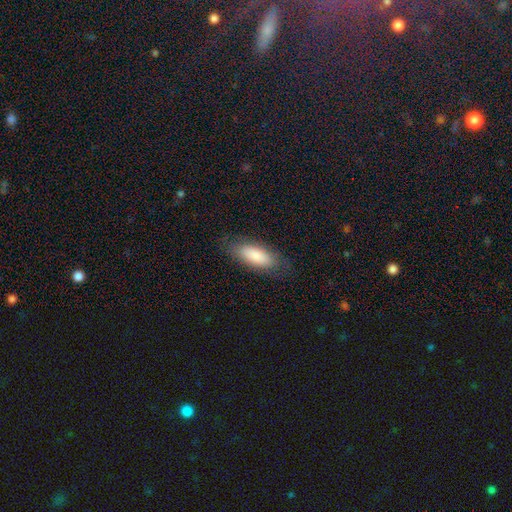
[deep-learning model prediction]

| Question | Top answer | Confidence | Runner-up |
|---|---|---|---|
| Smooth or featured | smooth | 82% | featured or disk (12%) |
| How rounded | in between | 79% | cigar-shaped (19%) |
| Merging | none | 80% | minor disturbance (14%) |